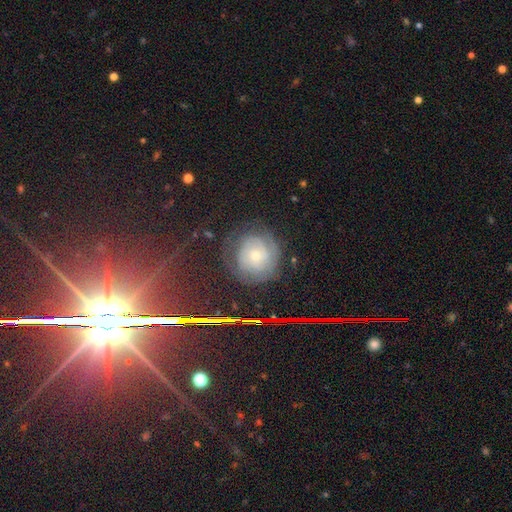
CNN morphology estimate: A featured or disk galaxy (62%) with no bar (76%), tight (68%) spiral arms (84%) and a small central bulge (64%).

Vote fractions:
- Smooth or featured? featured or disk: 62% / smooth: 26% / star or artifact: 12%
- Edge-on disk? no: 97% / yes: 3%
- Bar? no: 76% / weak: 19% / strong: 4%
- Spiral arms? yes: 84% / no: 16%
- Spiral winding? tight: 68% / medium: 23% / loose: 8%
- Spiral arm count? can't tell: 46% / 2: 26% / 3: 12% / 1: 6% / 4: 6% / more than 4: 5%
- Bulge size? small: 64% / moderate: 31% / large: 3% / none: 2% / dominant: 1%
- Merging? none: 70% / minor disturbance: 18% / major disturbance: 10% / merger: 2%